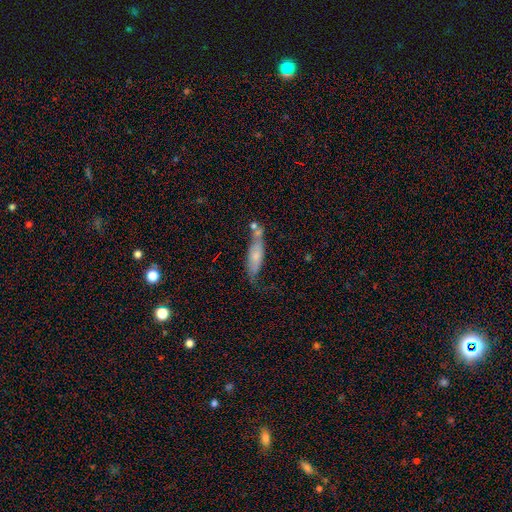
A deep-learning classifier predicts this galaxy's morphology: smooth 63%, featured or disk 30%, star or artifact 7%. Down the decision tree: how rounded — cigar-shaped (59%); merging — none (48%).